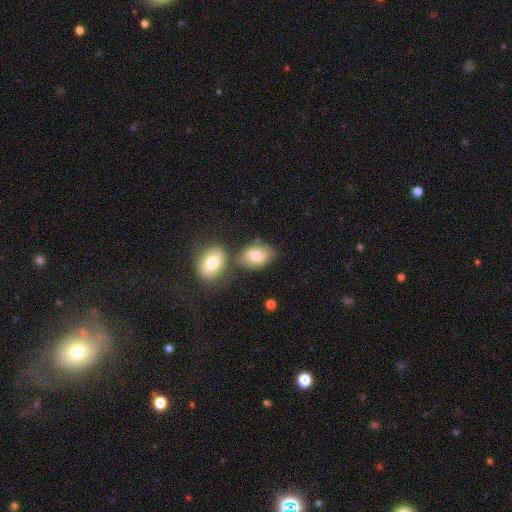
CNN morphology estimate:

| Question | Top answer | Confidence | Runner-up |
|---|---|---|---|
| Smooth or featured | smooth | 76% | featured or disk (16%) |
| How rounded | in between | 81% | round (17%) |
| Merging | none | 58% | merger (22%) |